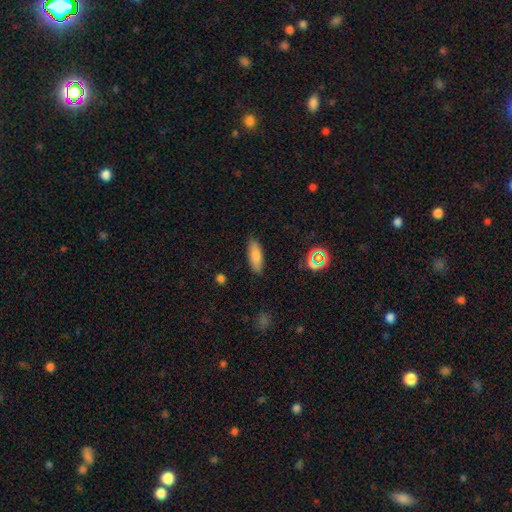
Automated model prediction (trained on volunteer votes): Smooth or featured: smooth — 81% (featured or disk — 11%)
How rounded: in between — 63% (cigar-shaped — 35%)
Merging: none — 86% (minor disturbance — 10%)